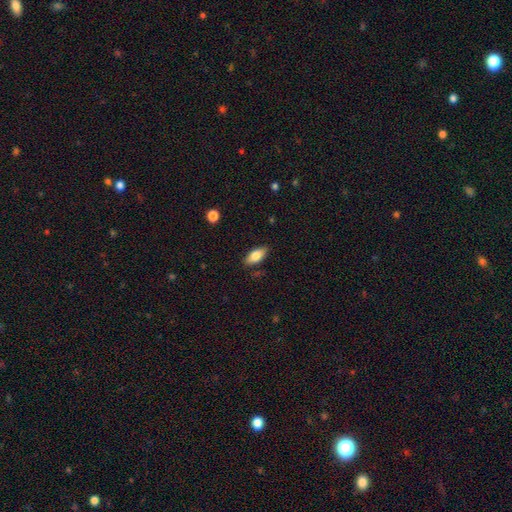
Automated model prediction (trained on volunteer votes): This is likely a smooth galaxy (78%). How rounded: clearly in between (87%). Merging: clearly none (84%).